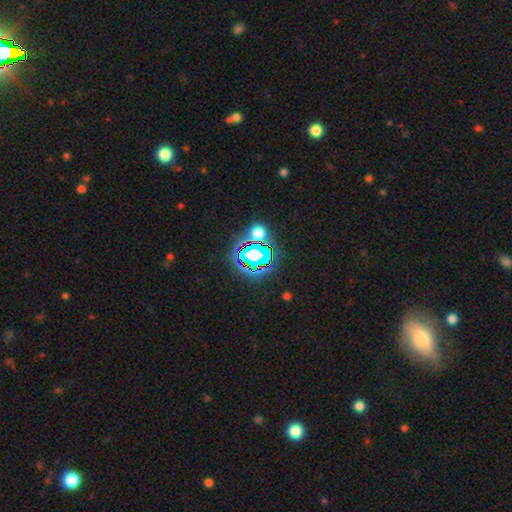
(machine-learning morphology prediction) Q: Smooth or featured?
A: star or artifact (80%); runner-up: smooth (12%)